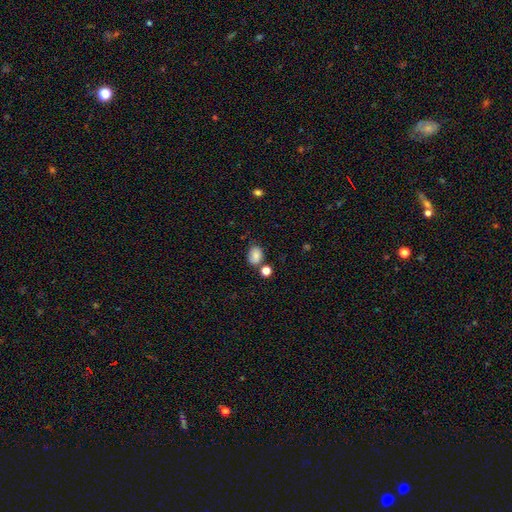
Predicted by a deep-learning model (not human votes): Overall: smooth (81%). How rounded: in between (64%; round 35%). Merging: none (68%).